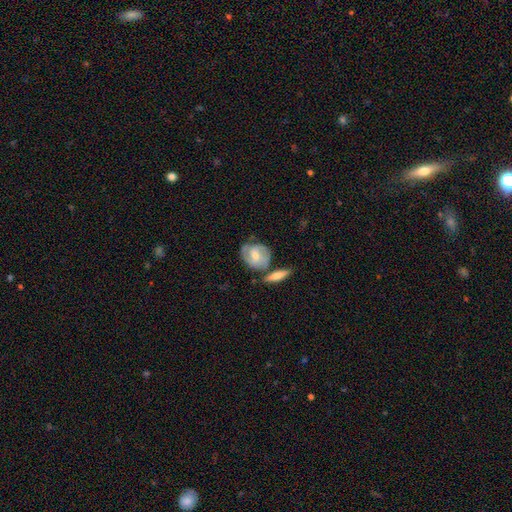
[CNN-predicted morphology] This is likely a featured or disk galaxy (64%). It is clearly not viewed edge-on (94%). Bar: possibly weak (46%). Spiral arm pattern: clearly yes (88%). Spiral arm count: likely 2 (63%). Spiral winding: marginally tight (44%). Central bulge: possibly moderate (55%). Merging: possibly none (57%).